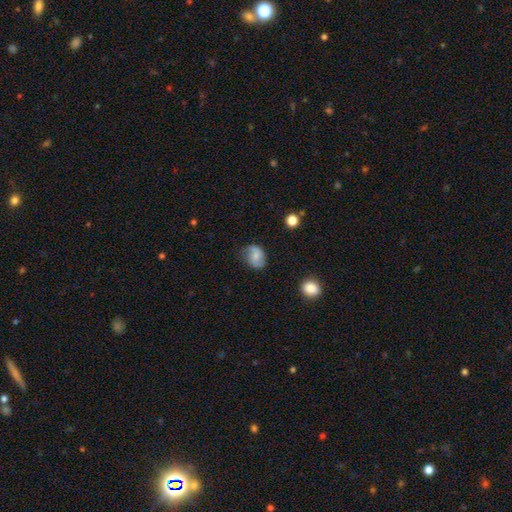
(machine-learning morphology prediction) A smooth galaxy with no disk features (49%).

Vote fractions:
- Smooth or featured? smooth: 49% / featured or disk: 42% / star or artifact: 9%
- Merging? none: 64% / minor disturbance: 26% / major disturbance: 9% / merger: 2%